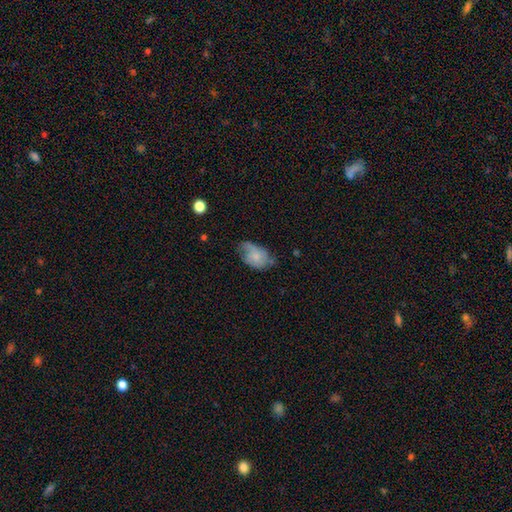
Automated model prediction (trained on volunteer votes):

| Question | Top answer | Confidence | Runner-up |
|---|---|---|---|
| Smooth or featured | smooth | 56% | featured or disk (36%) |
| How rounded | in between | 87% | round (12%) |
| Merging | none | 43% | minor disturbance (37%) |